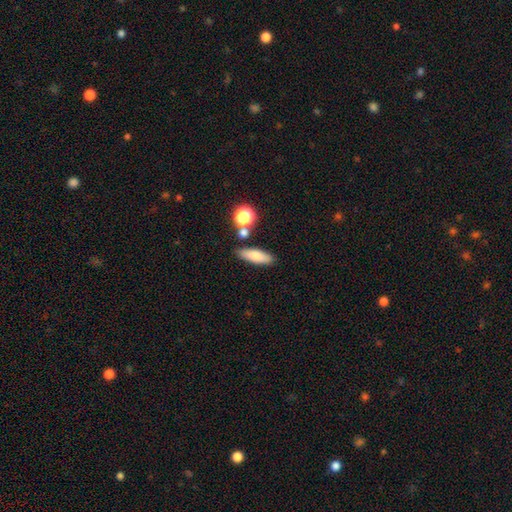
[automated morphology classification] smooth_or_featured: smooth (p=0.76) [alt: featured or disk p=0.15]
how_rounded: in between (p=0.48) [alt: cigar-shaped p=0.47]
merging: none (p=0.79) [alt: minor disturbance p=0.10]